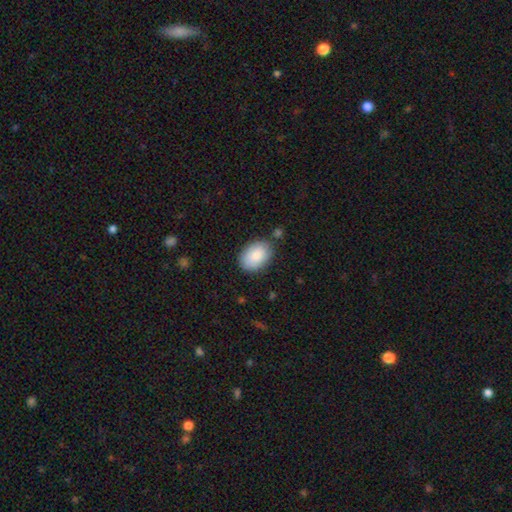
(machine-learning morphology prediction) Smooth or featured? smooth (87%)
How rounded? in between (86%)
Merging? none (80%)